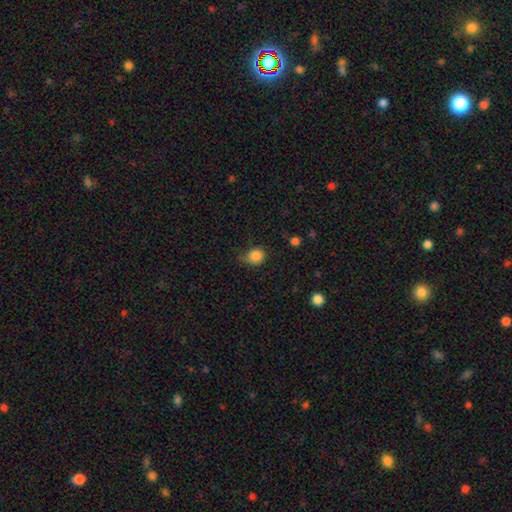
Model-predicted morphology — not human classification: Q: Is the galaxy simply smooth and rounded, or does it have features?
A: smooth — 85%.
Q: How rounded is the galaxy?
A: round — 71%.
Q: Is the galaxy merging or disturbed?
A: none — 56%.